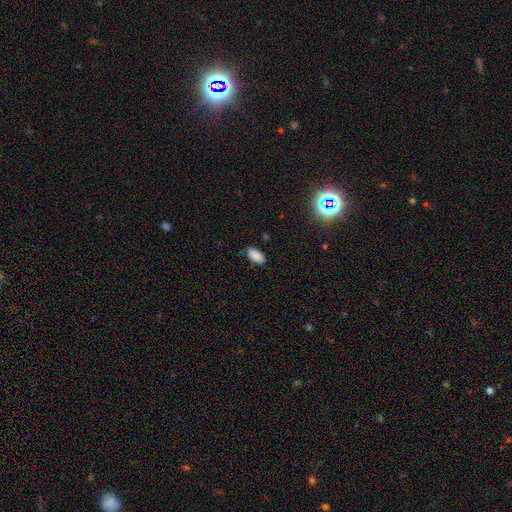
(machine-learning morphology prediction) smooth_or_featured: smooth (p=0.88) [alt: star or artifact p=0.08]
how_rounded: in between (p=0.92) [alt: cigar-shaped p=0.06]
merging: none (p=0.85) [alt: minor disturbance p=0.12]